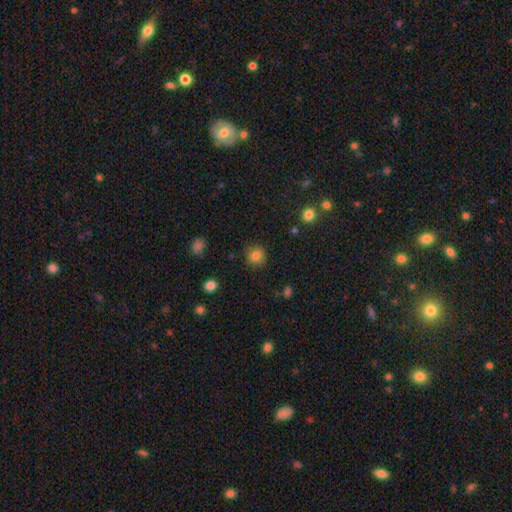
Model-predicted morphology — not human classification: type=smooth (81%); roundness=round (86%); merging=none (86%).